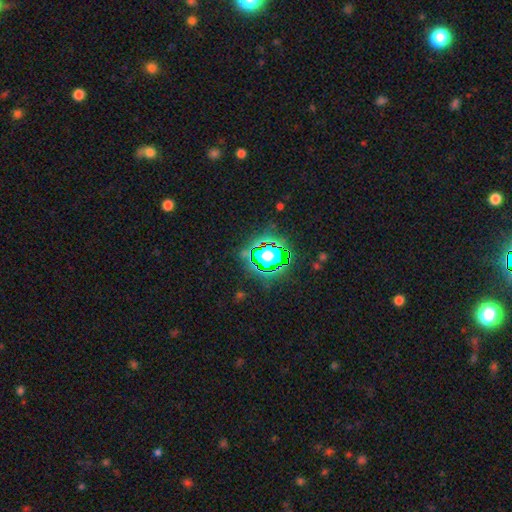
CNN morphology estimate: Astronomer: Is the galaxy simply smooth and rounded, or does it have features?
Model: star or artifact — 80%.